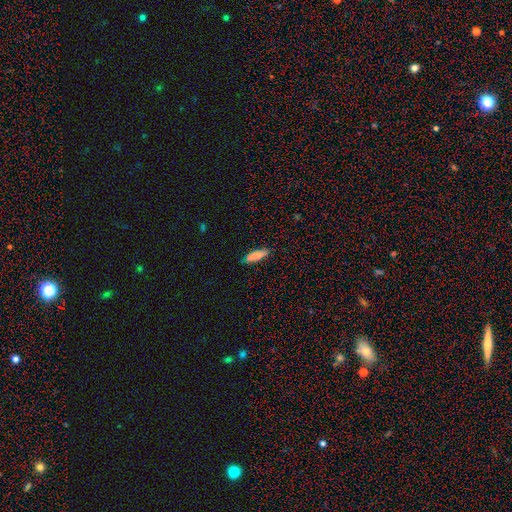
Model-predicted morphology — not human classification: smooth 85%, featured or disk 8%, star or artifact 7%. Down the decision tree: how rounded — cigar-shaped (51%); merging — none (82%).